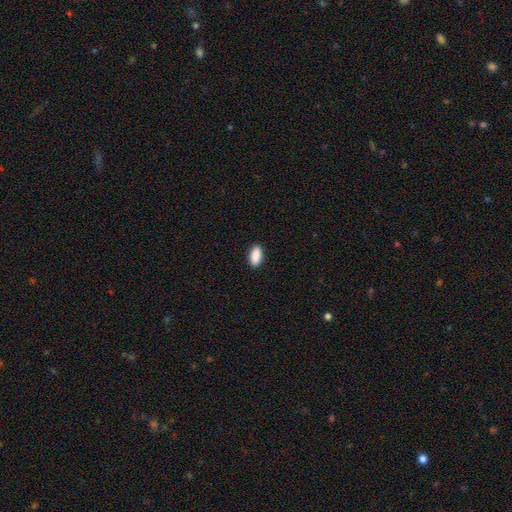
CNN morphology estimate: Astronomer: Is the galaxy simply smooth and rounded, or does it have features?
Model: smooth — 91%.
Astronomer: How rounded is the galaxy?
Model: in between — 92%.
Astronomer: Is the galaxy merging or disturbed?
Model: none — 90%.